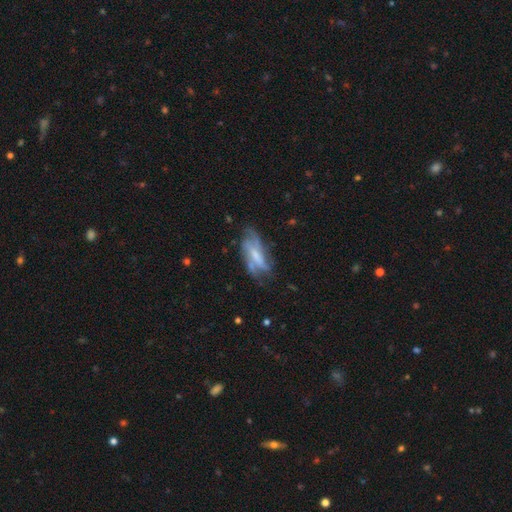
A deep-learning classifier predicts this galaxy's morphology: Smooth or featured? featured or disk (67%)
Edge-on disk? no (85%)
Bar? weak (37%, tied with no)
Spiral arms? yes (80%)
Bulge size? small (39%)
Merging? none (53%)